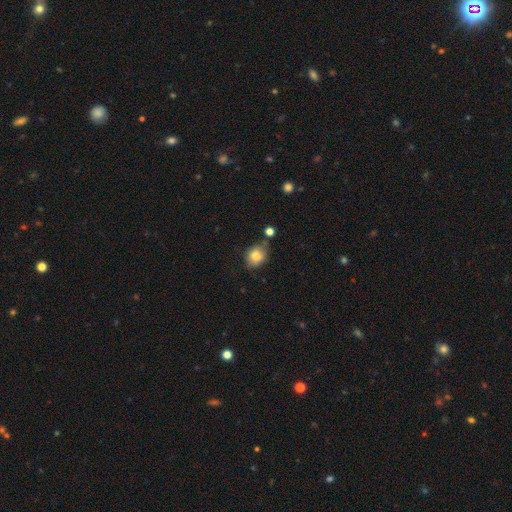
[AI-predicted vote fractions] Overall: smooth (79%). How rounded: round (56%; in between 43%). Merging: none (64%).